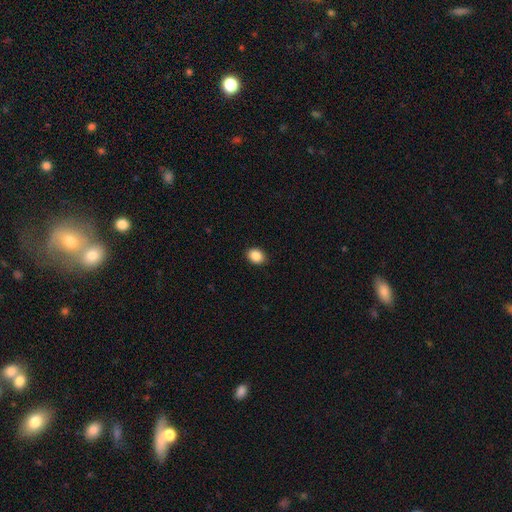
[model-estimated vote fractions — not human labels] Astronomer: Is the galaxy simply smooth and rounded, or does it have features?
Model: smooth — 88%.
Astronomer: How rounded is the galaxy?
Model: in between — 57% (runner-up: round, 43%).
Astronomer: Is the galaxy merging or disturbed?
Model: none — 90%.